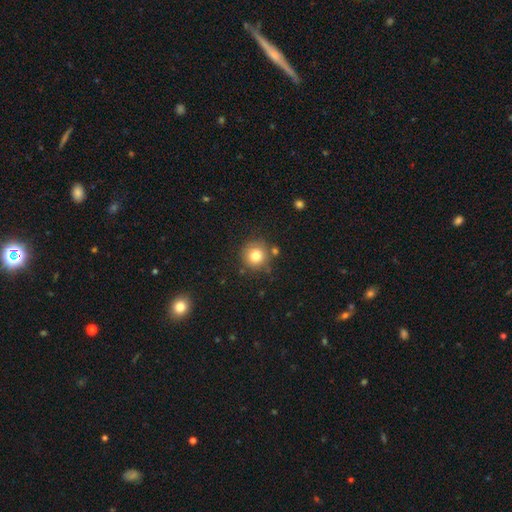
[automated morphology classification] smooth-or-featured: smooth: 80% | star or artifact: 12% | featured or disk: 9%
  how-rounded: round: 93% | in between: 6% | cigar-shaped: 1%
  merging: none: 81% | minor disturbance: 10% | merger: 6% | major disturbance: 3%